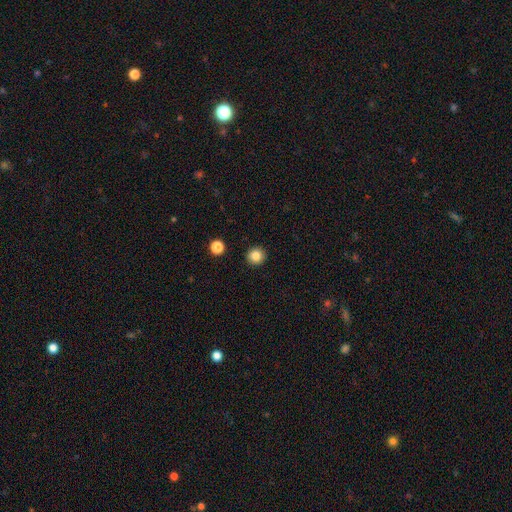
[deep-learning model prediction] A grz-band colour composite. It shows a smooth galaxy with no disk features (84%) that is round (93%). Merging: none (92%).